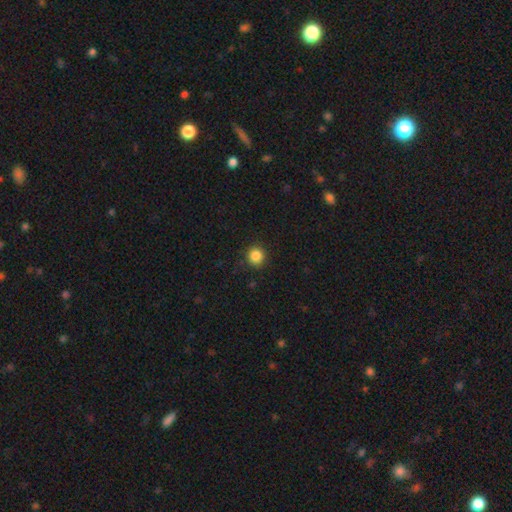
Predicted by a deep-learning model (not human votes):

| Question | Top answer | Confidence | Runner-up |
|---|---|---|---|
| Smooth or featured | smooth | 85% | star or artifact (11%) |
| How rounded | round | 91% | in between (8%) |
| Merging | none | 89% | minor disturbance (7%) |